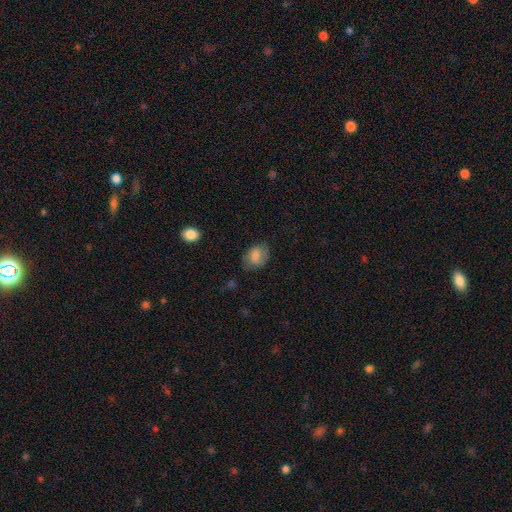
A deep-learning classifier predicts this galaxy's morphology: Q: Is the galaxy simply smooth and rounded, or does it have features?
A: smooth — 73%.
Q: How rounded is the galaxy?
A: in between — 69%.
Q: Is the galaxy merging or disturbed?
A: none — 65%.